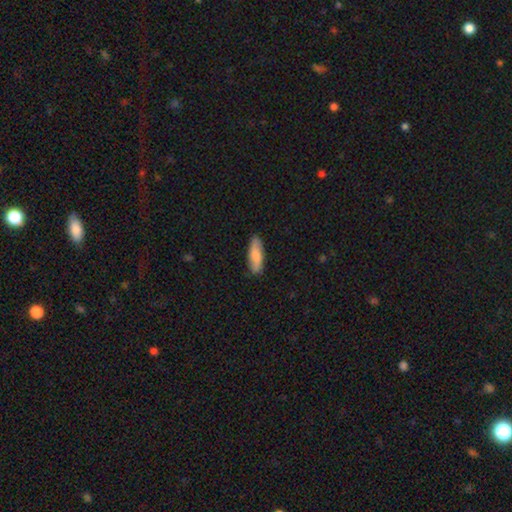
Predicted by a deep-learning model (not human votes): This is likely a smooth galaxy (76%). How rounded: possibly in between (53%). Merging: clearly none (86%).